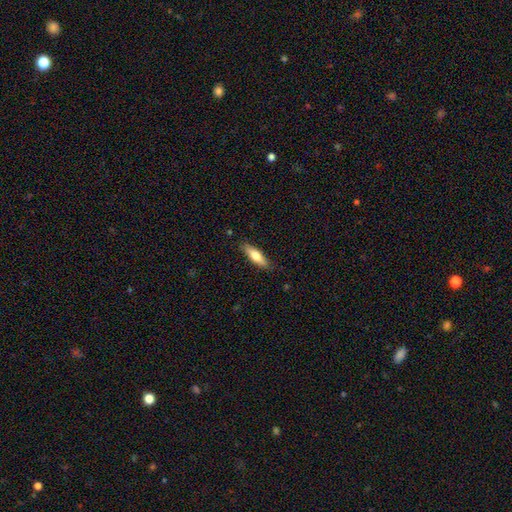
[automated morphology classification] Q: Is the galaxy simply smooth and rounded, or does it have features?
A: smooth — 68%.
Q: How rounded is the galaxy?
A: cigar-shaped — 56%.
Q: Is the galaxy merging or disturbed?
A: none — 85%.